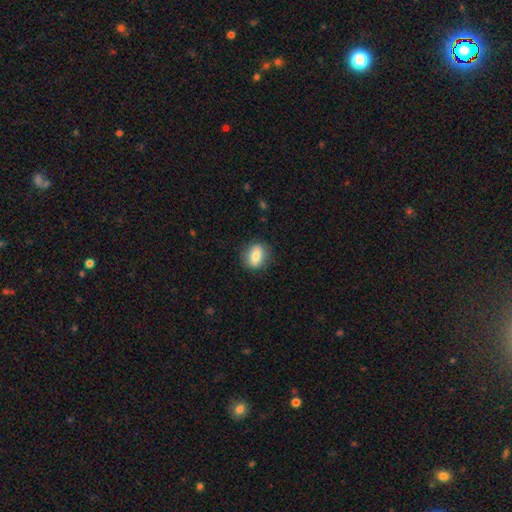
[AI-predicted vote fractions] Overall: smooth (78%). How rounded: in between (67%; round 29%). Merging: none (85%).